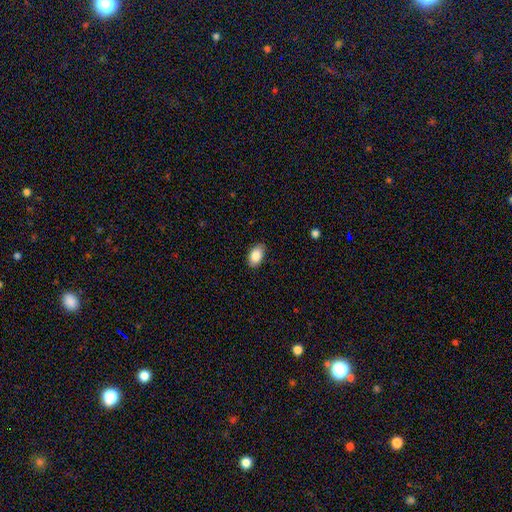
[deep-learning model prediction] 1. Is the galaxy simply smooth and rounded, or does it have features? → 87% smooth, 7% star or artifact, 6% featured or disk.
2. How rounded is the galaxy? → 92% in between, 7% round, 1% cigar-shaped.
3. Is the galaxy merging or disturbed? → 85% none, 12% minor disturbance, 2% major disturbance, 1% merger.